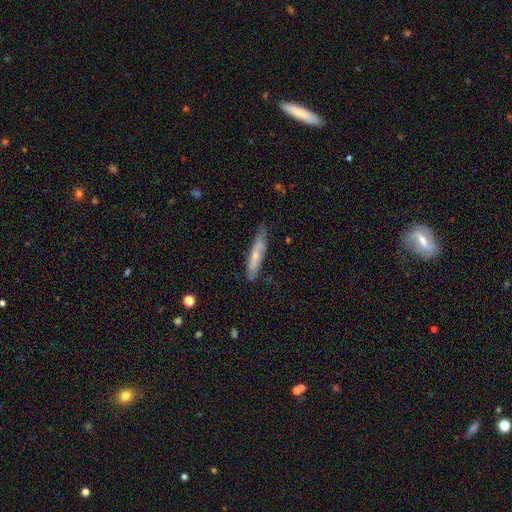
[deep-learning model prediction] smooth-or-featured: smooth: 49% | featured or disk: 45% | star or artifact: 6%
  merging: none: 69% | minor disturbance: 23% | major disturbance: 5% | merger: 2%